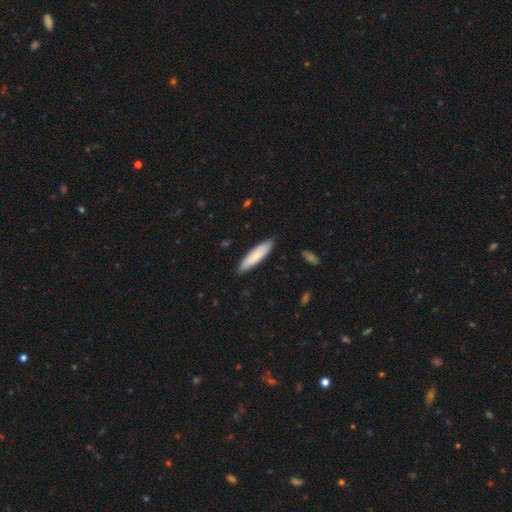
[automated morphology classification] Q: Smooth or featured?
A: smooth (79%); runner-up: featured or disk (16%)
Q: How rounded?
A: cigar-shaped (73%); runner-up: in between (25%)
Q: Merging?
A: none (89%); runner-up: minor disturbance (8%)